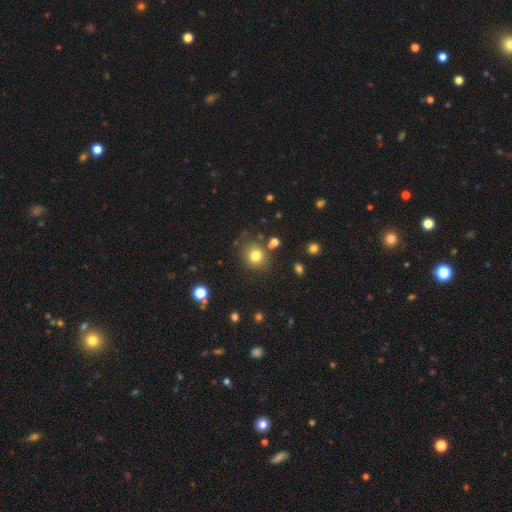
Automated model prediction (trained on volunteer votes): A smooth galaxy with no disk features (78%) that is round (84%). Merging: none (78%).